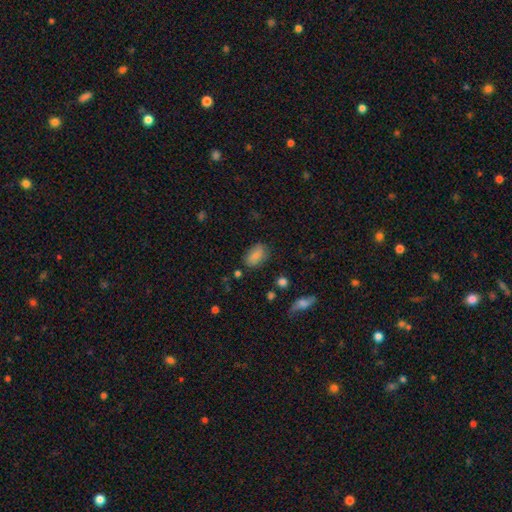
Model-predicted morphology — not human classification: Overall: smooth (82%). How rounded: in between (90%). Merging: none (78%).